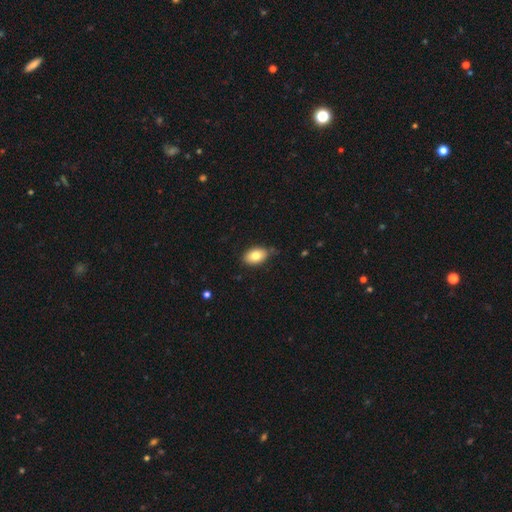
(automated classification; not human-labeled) Smooth or featured?
  - smooth: 80% *
  - featured or disk: 12%
  - star or artifact: 8%
How rounded?
  - in between: 87% *
  - round: 11%
  - cigar-shaped: 1%
Merging?
  - none: 73% *
  - minor disturbance: 22%
  - major disturbance: 3%
  - merger: 2%